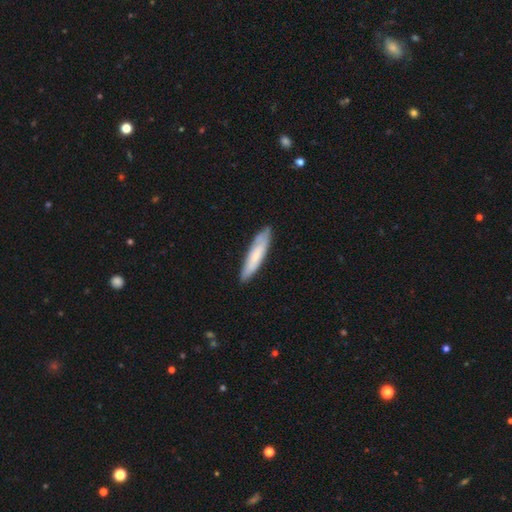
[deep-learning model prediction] The model was most divided on "smooth or featured": smooth: 65%, featured or disk: 29%, star or artifact: 6%. More confident: merging — none (83%); how rounded — cigar-shaped (81%).